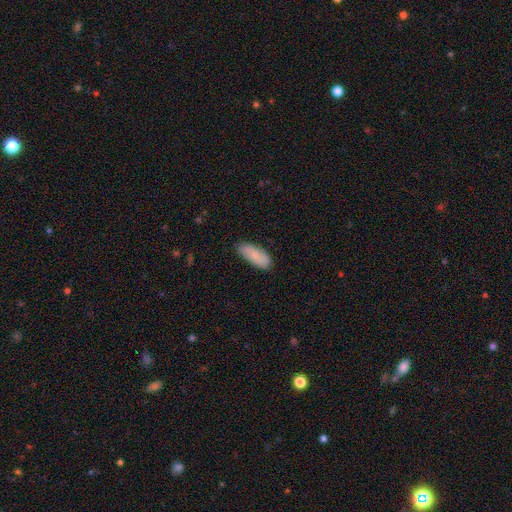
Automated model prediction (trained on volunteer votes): Smooth or featured? Predicted: smooth (p=0.73). How rounded? Predicted: in between (p=0.80). Merging? Predicted: none (p=0.82).